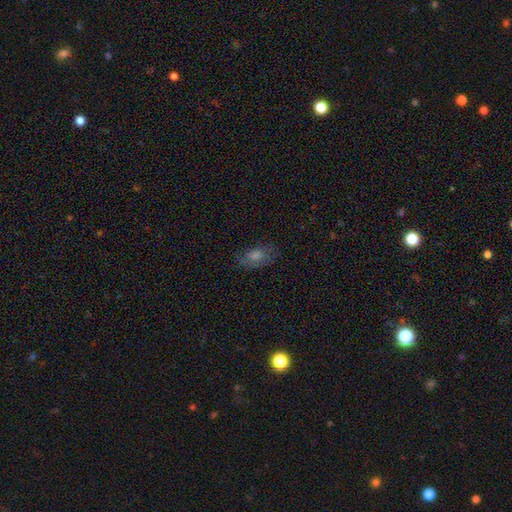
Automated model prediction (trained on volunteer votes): smooth-or-featured: smooth: 46% | featured or disk: 31% | star or artifact: 23%
  merging: none: 73% | minor disturbance: 18% | major disturbance: 7% | merger: 2%